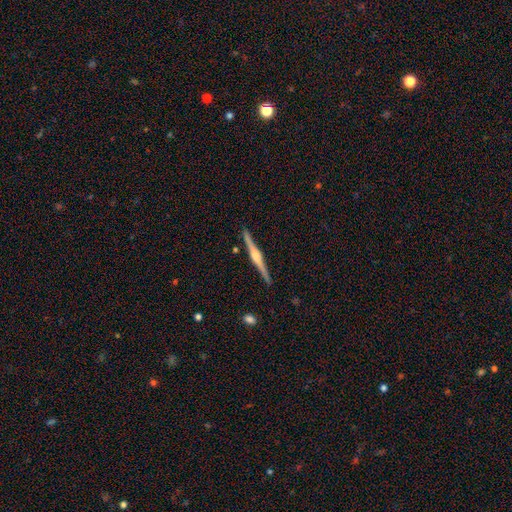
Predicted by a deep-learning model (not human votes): The model was most divided on "smooth or featured": featured or disk: 83%, smooth: 12%, star or artifact: 5%. More confident: edge-on disk — yes (99%); merging — none (92%); edge-on bulge — rounded (84%).